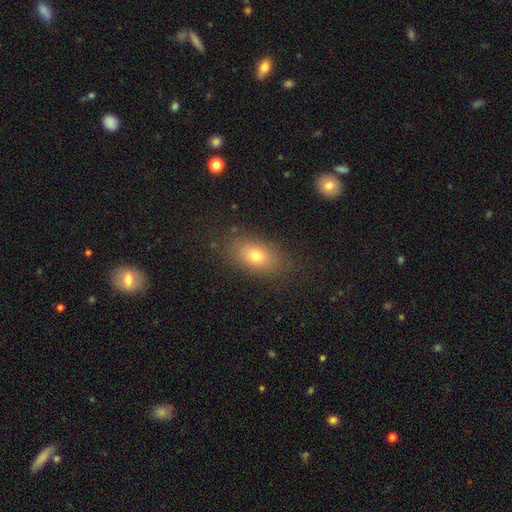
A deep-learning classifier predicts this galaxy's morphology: A smooth galaxy with no disk features (74%) that is in between round and cigar-shaped (81%).

Vote fractions:
- Smooth or featured? smooth: 74% / featured or disk: 14% / star or artifact: 12%
- How rounded? in between: 81% / round: 16% / cigar-shaped: 3%
- Merging? none: 82% / minor disturbance: 12% / major disturbance: 5% / merger: 2%